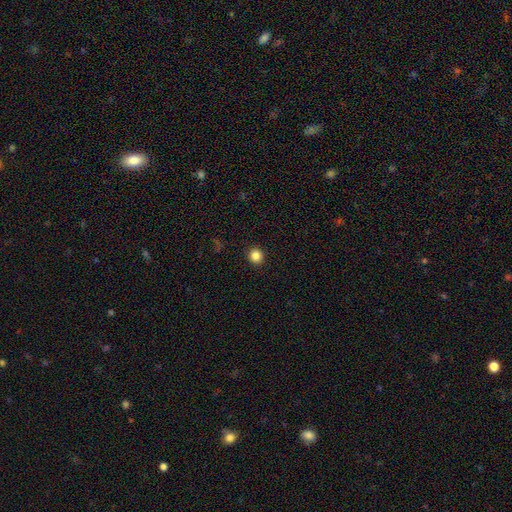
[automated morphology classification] This appears to be a smooth galaxy with no disk features (85%) that is round (91%). Merging: none (93%).